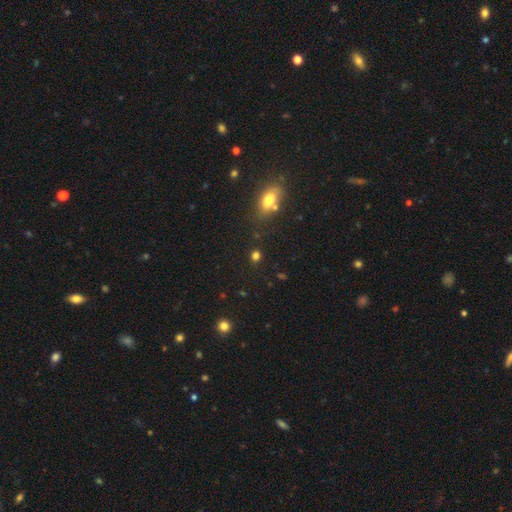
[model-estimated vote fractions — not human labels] A smooth galaxy with no disk features (76%) that is round (71%).

Vote fractions:
- Smooth or featured? smooth: 76% / star or artifact: 19% / featured or disk: 5%
- How rounded? round: 71% / in between: 27% / cigar-shaped: 2%
- Merging? none: 81% / minor disturbance: 10% / merger: 5% / major disturbance: 4%